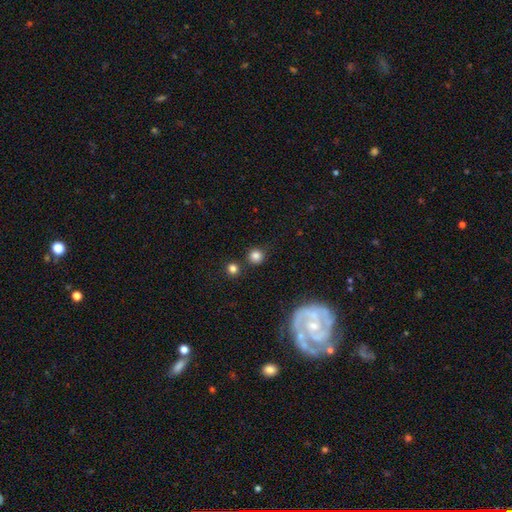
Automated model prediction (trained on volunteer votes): A smooth galaxy with no disk features (82%) that is round (92%). Merging: none (82%).